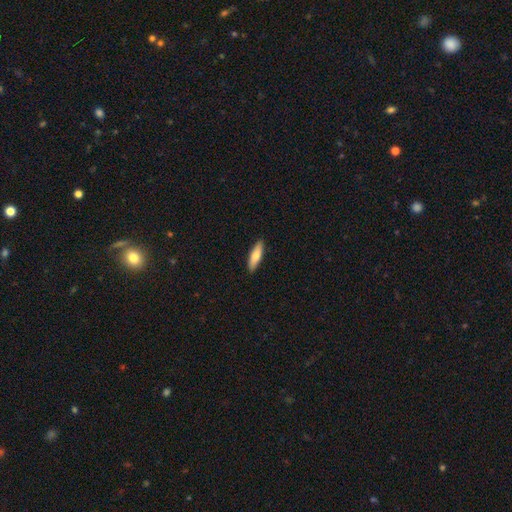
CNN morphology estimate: Q: Smooth or featured?
A: smooth (73%); runner-up: featured or disk (22%)
Q: How rounded?
A: cigar-shaped (61%); runner-up: in between (37%)
Q: Merging?
A: none (90%); runner-up: minor disturbance (7%)